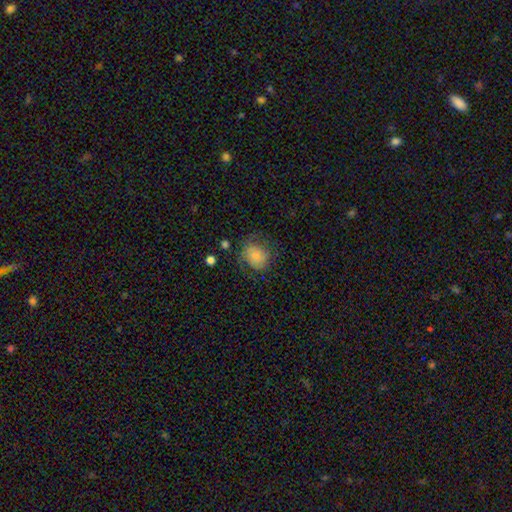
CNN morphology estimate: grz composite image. It shows a smooth galaxy with no disk features (66%) that is round (65%). Merging: none (55%).